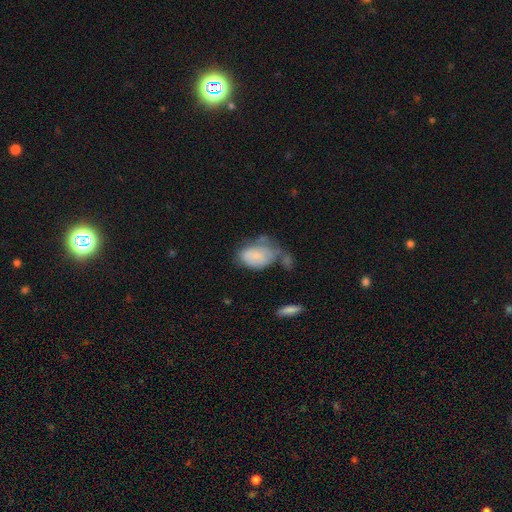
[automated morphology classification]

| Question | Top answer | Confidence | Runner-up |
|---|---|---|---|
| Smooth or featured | smooth | 72% | featured or disk (21%) |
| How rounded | in between | 87% | round (11%) |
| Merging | minor disturbance | 28% | none (25%) |